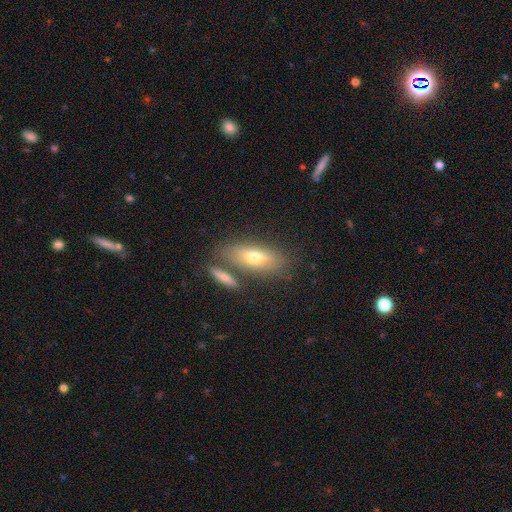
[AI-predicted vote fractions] smooth-or-featured: smooth: 53% | featured or disk: 38% | star or artifact: 8%
  how-rounded: in between: 60% | cigar-shaped: 36% | round: 4%
  merging: none: 68% | merger: 15% | minor disturbance: 12% | major disturbance: 4%